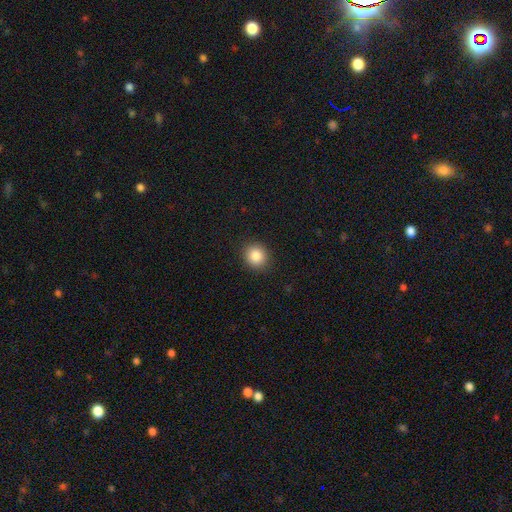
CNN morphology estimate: This is clearly a smooth galaxy (87%). How rounded: clearly round (86%). Merging: clearly none (91%).